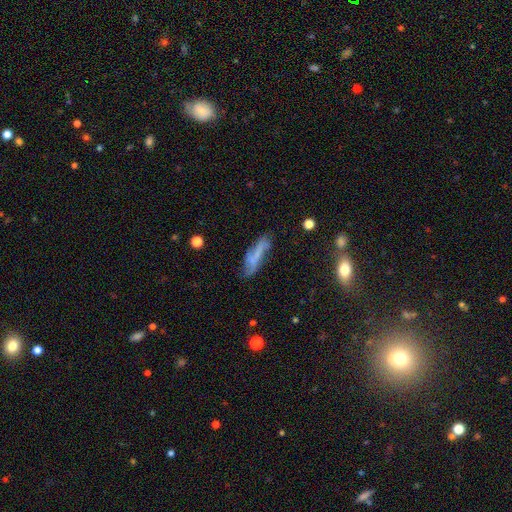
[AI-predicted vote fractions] Smooth or featured?
  - smooth: 46% *
  - featured or disk: 45%
  - star or artifact: 10%
Merging?
  - none: 57% *
  - minor disturbance: 25%
  - major disturbance: 12%
  - merger: 6%